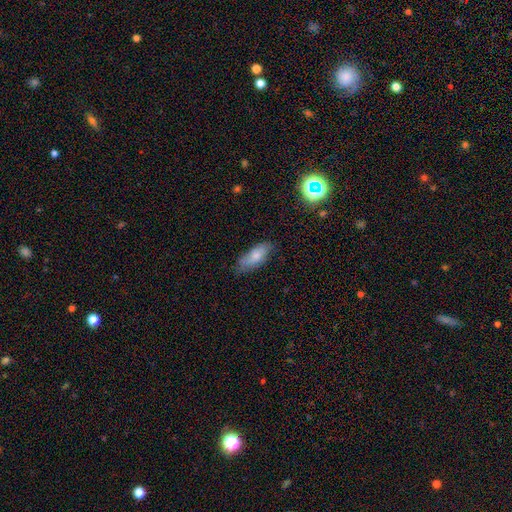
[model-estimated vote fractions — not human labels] Overall: smooth (76%). How rounded: in between (77%). Merging: none (69%).